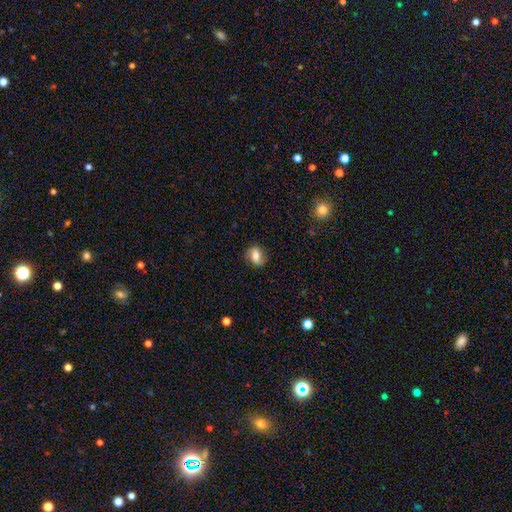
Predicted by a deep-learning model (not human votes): A smooth galaxy with no disk features (62%) that is in between round and cigar-shaped (56%). Merging: none (79%).